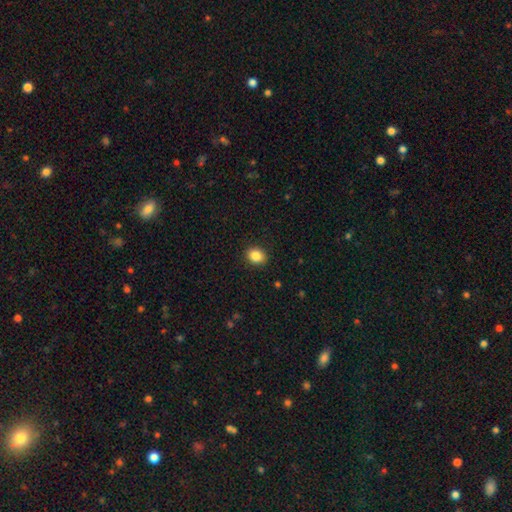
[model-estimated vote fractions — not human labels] smooth_or_featured: smooth (p=0.87) [alt: star or artifact p=0.09]
how_rounded: round (p=0.53) [alt: in between p=0.46]
merging: none (p=0.90) [alt: minor disturbance p=0.07]